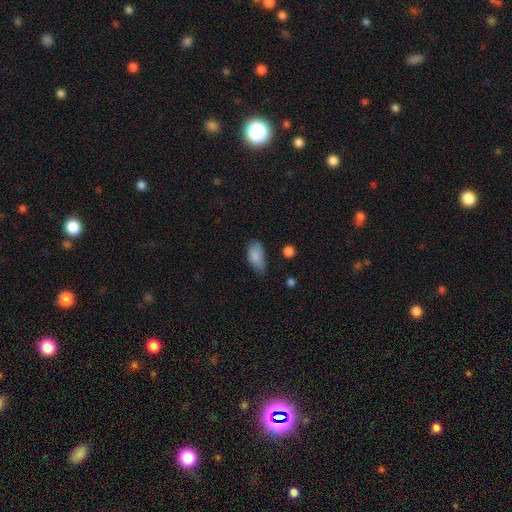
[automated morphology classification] A smooth galaxy with no disk features (85%) that is in between round and cigar-shaped (91%).

Vote fractions:
- Smooth or featured? smooth: 85% / featured or disk: 8% / star or artifact: 7%
- How rounded? in between: 91% / cigar-shaped: 5% / round: 4%
- Merging? none: 54% / minor disturbance: 35% / major disturbance: 9% / merger: 2%